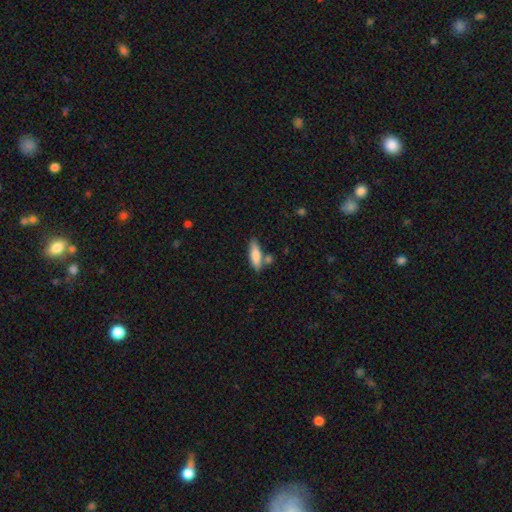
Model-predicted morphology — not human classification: smooth-or-featured: smooth: 80% | featured or disk: 14% | star or artifact: 6%
  how-rounded: in between: 51% | cigar-shaped: 47% | round: 2%
  merging: none: 67% | minor disturbance: 16% | merger: 14% | major disturbance: 4%